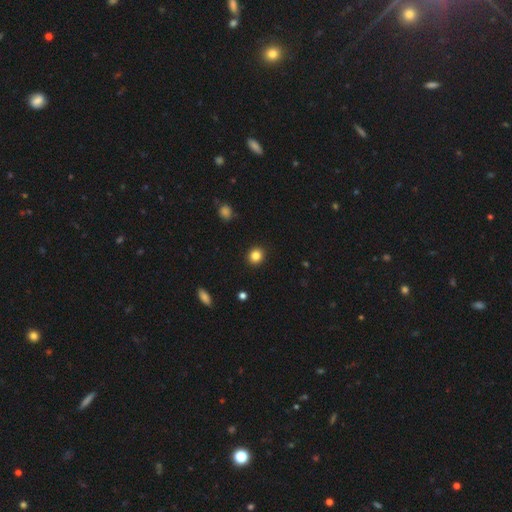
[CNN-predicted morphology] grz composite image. It shows a smooth galaxy with no disk features (84%) that is round (84%). Merging: none (92%).